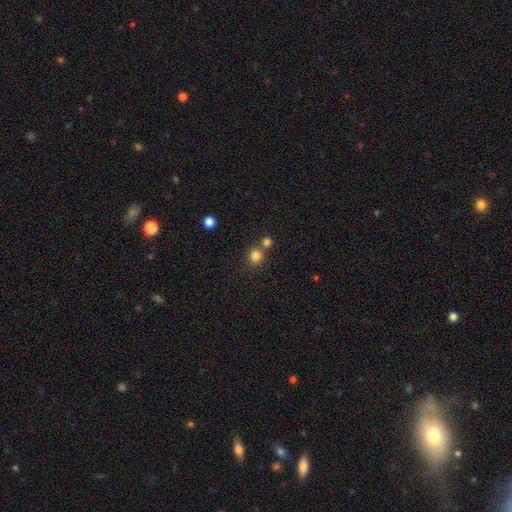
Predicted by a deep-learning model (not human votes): Smooth or featured?
  - smooth: 82% *
  - star or artifact: 13%
  - featured or disk: 6%
How rounded?
  - round: 87% *
  - in between: 12%
  - cigar-shaped: 1%
Merging?
  - none: 62% *
  - merger: 28%
  - minor disturbance: 8%
  - major disturbance: 3%